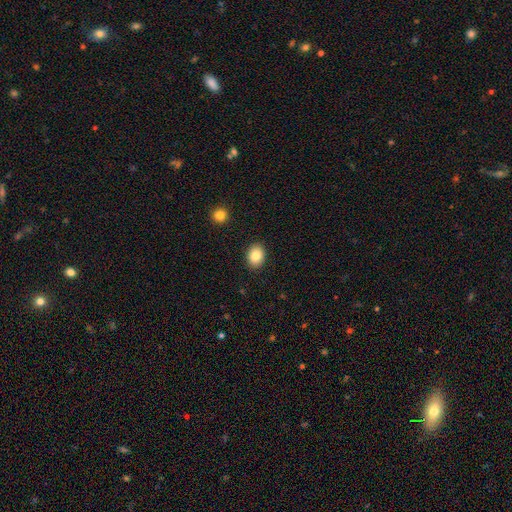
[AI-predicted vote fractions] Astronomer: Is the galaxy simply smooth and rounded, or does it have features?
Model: smooth — 85%.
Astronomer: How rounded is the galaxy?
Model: in between — 63%.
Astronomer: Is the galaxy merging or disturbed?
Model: none — 89%.